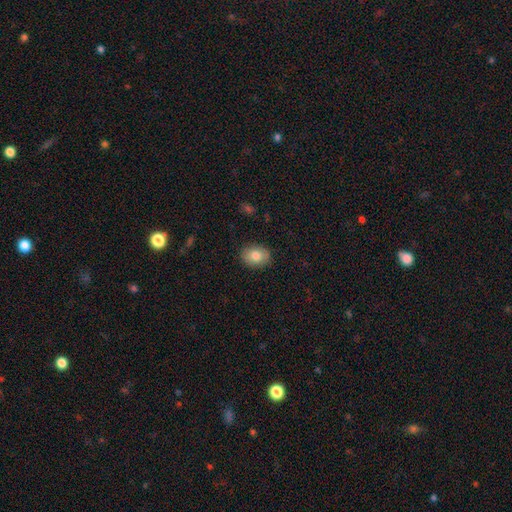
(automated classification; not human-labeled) smooth 82%, featured or disk 10%, star or artifact 8%. Down the decision tree: how rounded — in between (63%); merging — none (88%).